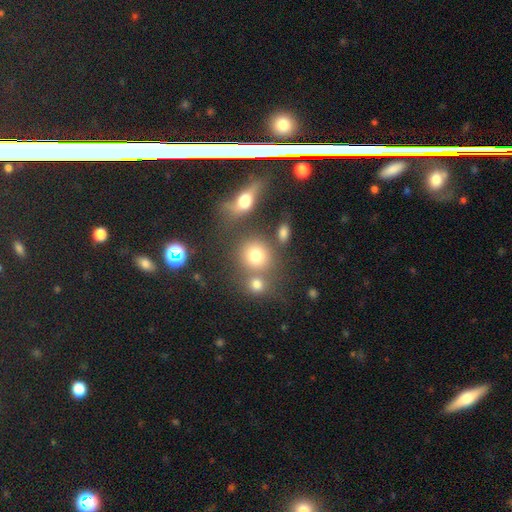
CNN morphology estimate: Overall: smooth (74%). How rounded: round (82%). Merging: none (56%; merger 29%).